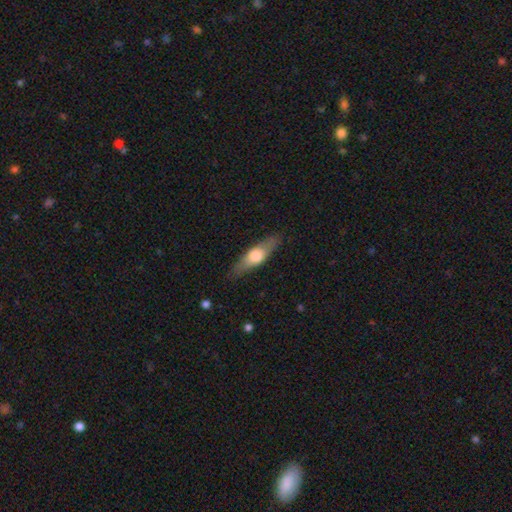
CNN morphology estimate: Smooth or featured? Predicted: smooth (p=0.52). How rounded? Predicted: cigar-shaped (p=0.59). Merging? Predicted: none (p=0.84).